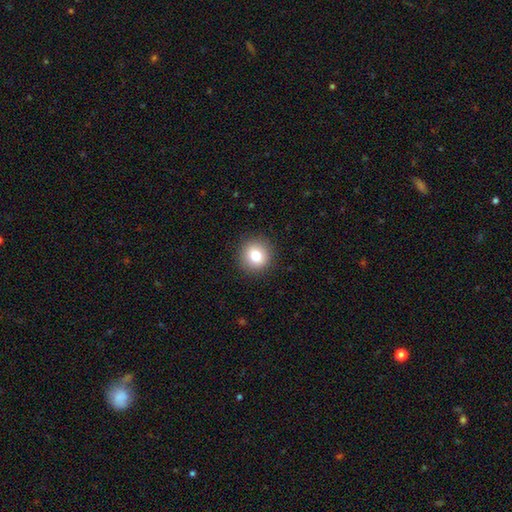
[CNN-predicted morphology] type=smooth (81%); roundness=round (90%); merging=none (91%).